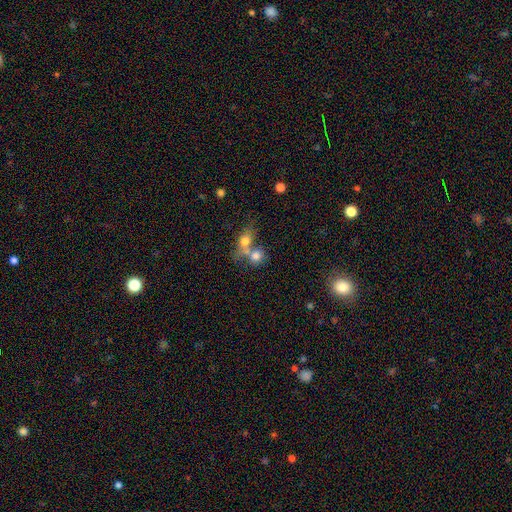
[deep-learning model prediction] This is likely a smooth galaxy (73%). How rounded: likely round (67%). Merging: possibly merger (59%).